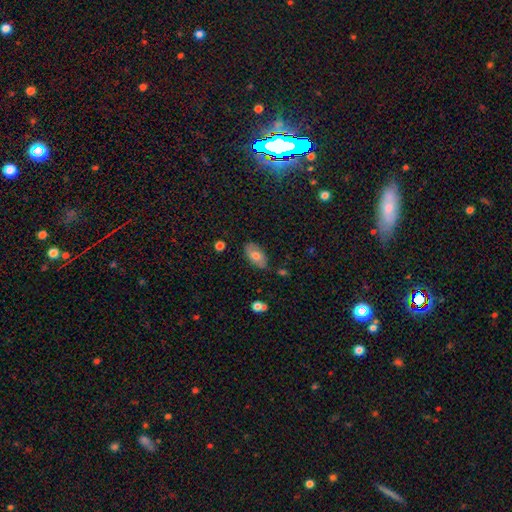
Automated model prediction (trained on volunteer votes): The model was most divided on "smooth or featured": smooth: 68%, featured or disk: 25%, star or artifact: 7%. More confident: how rounded — in between (93%); merging — none (77%).